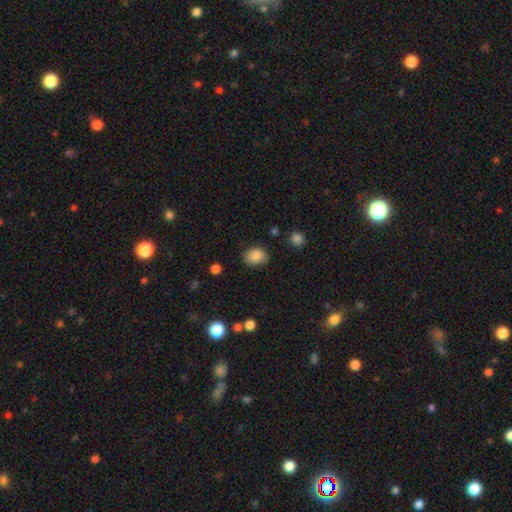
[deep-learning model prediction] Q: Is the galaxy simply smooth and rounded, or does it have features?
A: smooth — 86%.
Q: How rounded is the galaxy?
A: in between — 53%.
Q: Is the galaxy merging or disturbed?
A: none — 78%.